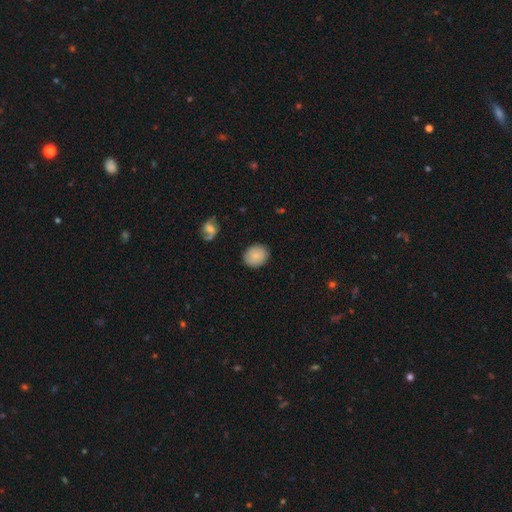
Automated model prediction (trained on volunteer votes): Smooth or featured?
  - smooth: 84% *
  - featured or disk: 9%
  - star or artifact: 7%
How rounded?
  - round: 59% *
  - in between: 40%
  - cigar-shaped: 1%
Merging?
  - none: 86% *
  - minor disturbance: 10%
  - major disturbance: 2%
  - merger: 1%